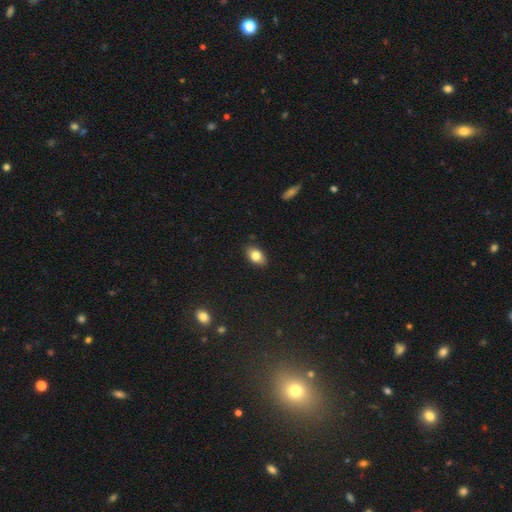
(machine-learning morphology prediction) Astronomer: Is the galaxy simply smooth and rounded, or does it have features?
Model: smooth — 79%.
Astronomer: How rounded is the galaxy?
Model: in between — 88%.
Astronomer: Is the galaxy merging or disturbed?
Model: none — 86%.